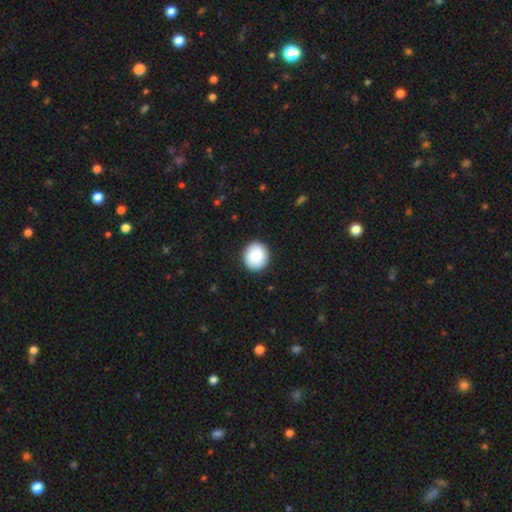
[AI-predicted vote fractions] Overall: smooth (89%). How rounded: round (84%). Merging: none (90%).